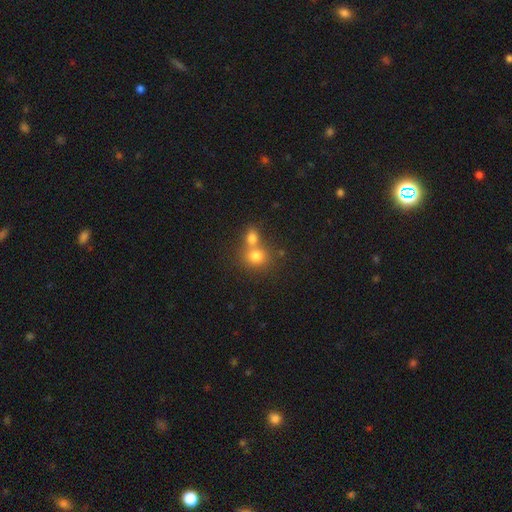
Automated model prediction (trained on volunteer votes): This appears to be a smooth galaxy with no disk features (77%) that is round (73%). Merging: merger (53%).